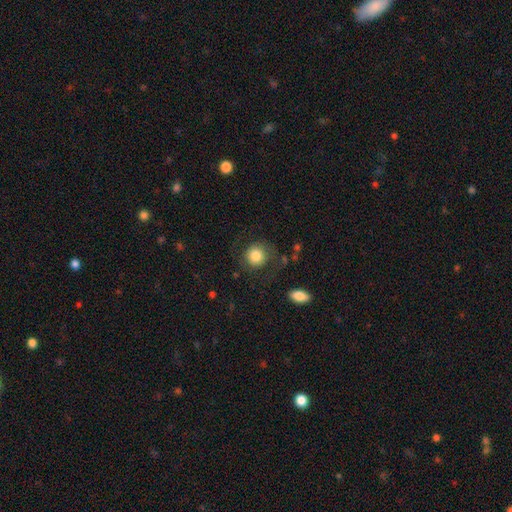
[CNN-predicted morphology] smooth 80%, featured or disk 13%, star or artifact 8%. Down the decision tree: how rounded — round (88%); merging — none (72%).